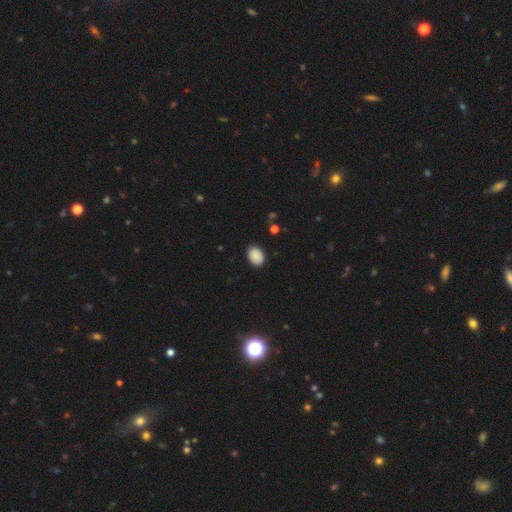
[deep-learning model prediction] Q: Smooth or featured?
A: smooth (89%); runner-up: star or artifact (8%)
Q: How rounded?
A: in between (76%); runner-up: round (23%)
Q: Merging?
A: none (88%); runner-up: minor disturbance (9%)